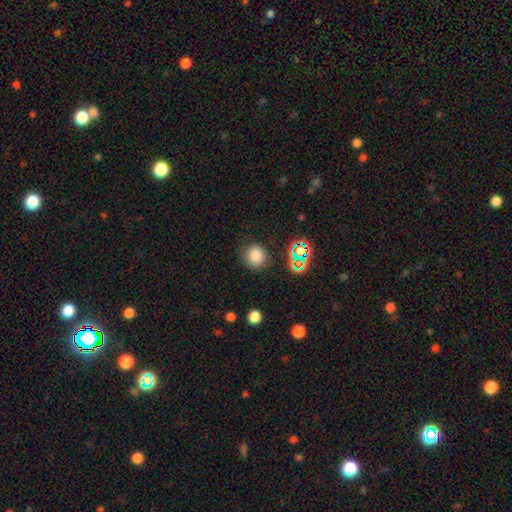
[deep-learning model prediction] Smooth or featured? smooth (77%)
How rounded? round (87%)
Merging? none (80%)